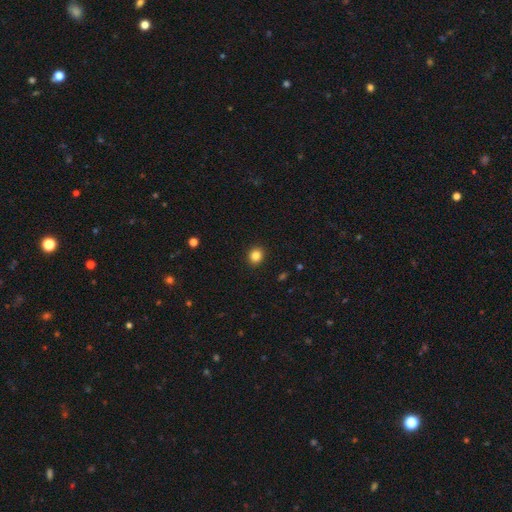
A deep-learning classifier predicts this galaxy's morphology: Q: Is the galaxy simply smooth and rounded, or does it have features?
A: smooth — 84%.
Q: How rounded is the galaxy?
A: round — 80%.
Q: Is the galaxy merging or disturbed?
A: none — 92%.